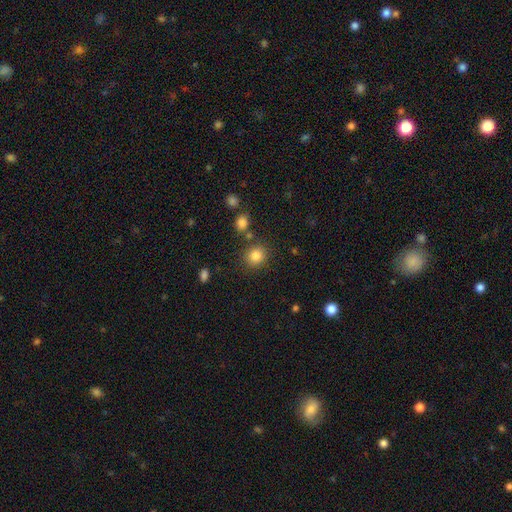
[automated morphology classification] Smooth or featured?
  - smooth: 84% *
  - star or artifact: 11%
  - featured or disk: 5%
How rounded?
  - round: 82% *
  - in between: 17%
  - cigar-shaped: 1%
Merging?
  - none: 80% *
  - minor disturbance: 9%
  - merger: 6%
  - major disturbance: 4%